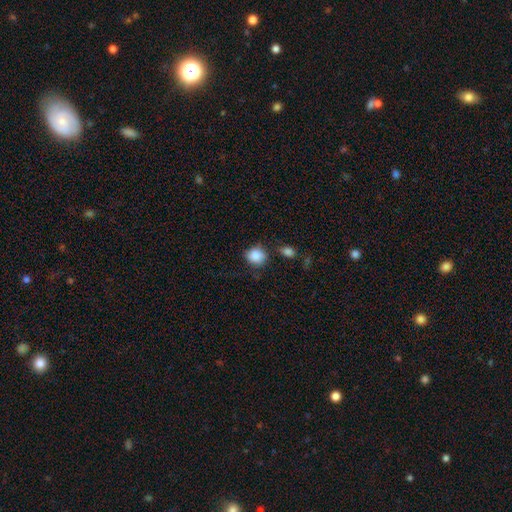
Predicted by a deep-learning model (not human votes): smooth 87%, star or artifact 8%, featured or disk 5%. Down the decision tree: how rounded — round (78%); merging — none (69%).